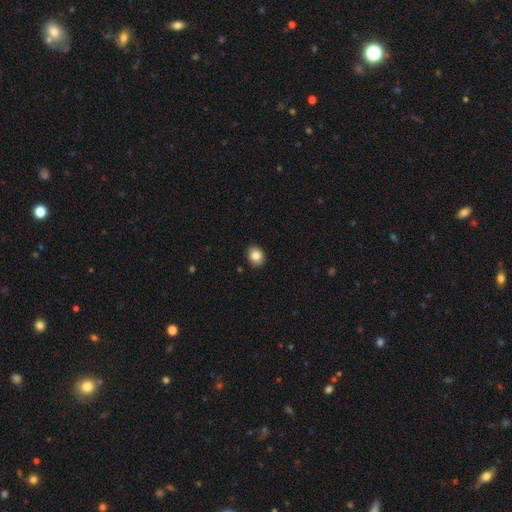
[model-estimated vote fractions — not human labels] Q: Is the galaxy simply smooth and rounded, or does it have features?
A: smooth — 84%.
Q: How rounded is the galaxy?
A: round — 66%.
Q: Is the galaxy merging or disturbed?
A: none — 87%.